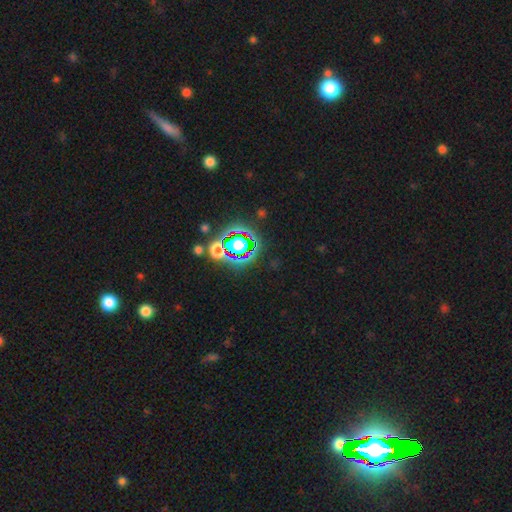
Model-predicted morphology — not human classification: Smooth or featured?
  - star or artifact: 81% *
  - smooth: 12%
  - featured or disk: 8%